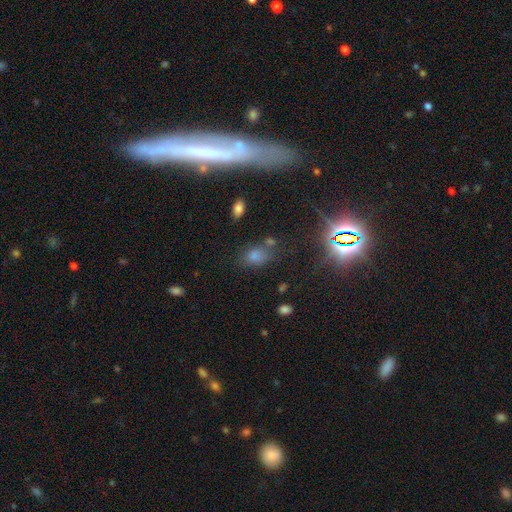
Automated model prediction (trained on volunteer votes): Q: Smooth or featured?
A: smooth (68%); runner-up: star or artifact (23%)
Q: How rounded?
A: in between (80%); runner-up: round (18%)
Q: Merging?
A: none (58%); runner-up: minor disturbance (19%)